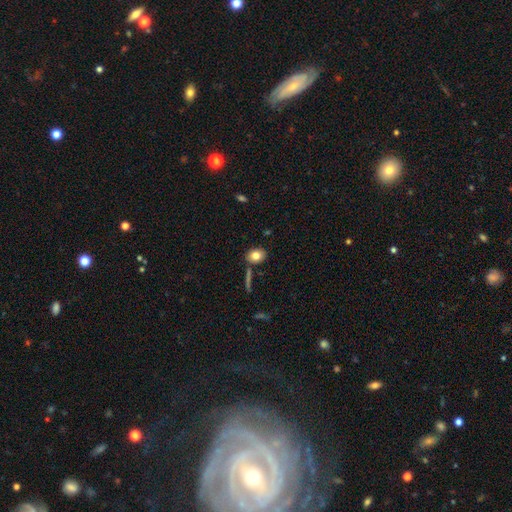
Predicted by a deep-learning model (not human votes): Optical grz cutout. It shows a smooth galaxy with no disk features (80%) that is in between round and cigar-shaped (56%). Merging: none (79%).